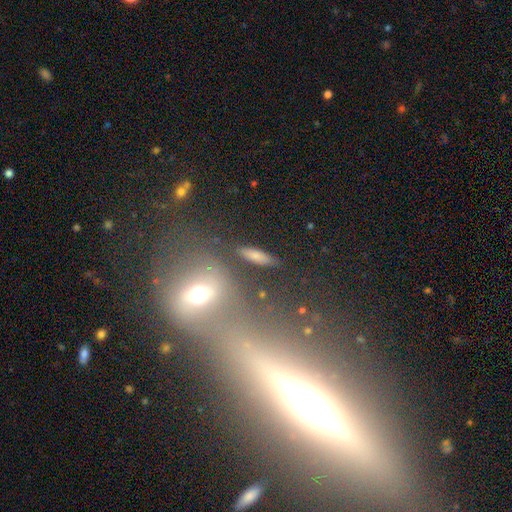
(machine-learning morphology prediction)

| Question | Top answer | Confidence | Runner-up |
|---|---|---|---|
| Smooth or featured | smooth | 72% | featured or disk (16%) |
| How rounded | cigar-shaped | 62% | in between (33%) |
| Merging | none | 84% | minor disturbance (10%) |